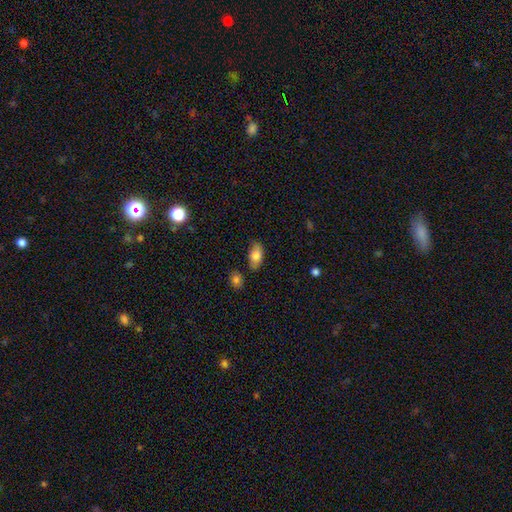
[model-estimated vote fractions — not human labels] Smooth or featured? Predicted: smooth (p=0.79). How rounded? Predicted: in between (p=0.91). Merging? Predicted: none (p=0.77).